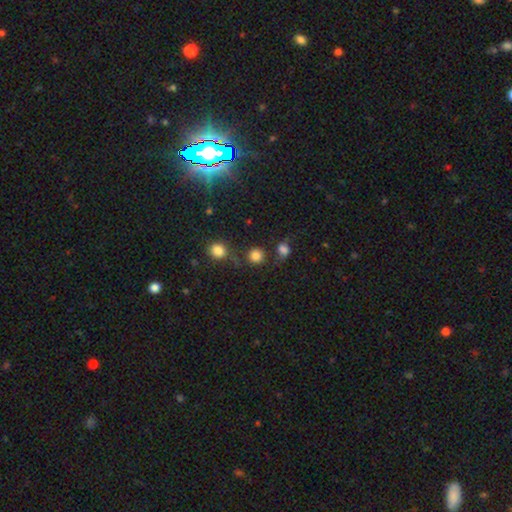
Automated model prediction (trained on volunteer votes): This appears to be a smooth galaxy with no disk features (81%) that is round (92%). Merging: none (74%).